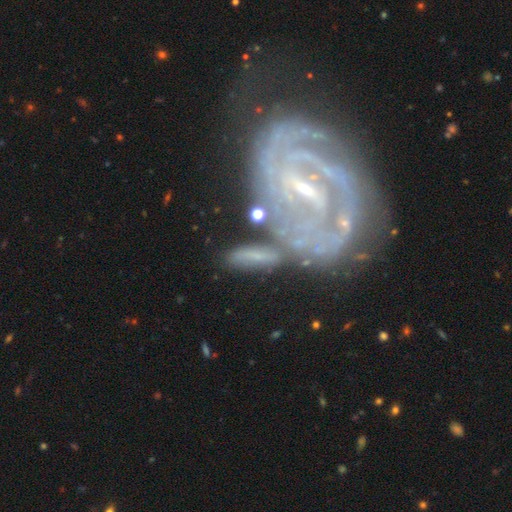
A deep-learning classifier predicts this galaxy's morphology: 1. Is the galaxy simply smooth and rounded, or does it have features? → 67% featured or disk, 23% smooth, 10% star or artifact.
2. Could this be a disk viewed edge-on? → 88% no, 12% yes.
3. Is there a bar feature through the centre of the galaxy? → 42% strong, 34% weak, 24% no.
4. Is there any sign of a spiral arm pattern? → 81% yes, 19% no.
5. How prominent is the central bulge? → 61% small, 27% moderate, 7% none, 3% large, 2% dominant.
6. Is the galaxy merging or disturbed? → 57% none, 19% minor disturbance, 13% merger, 10% major disturbance.